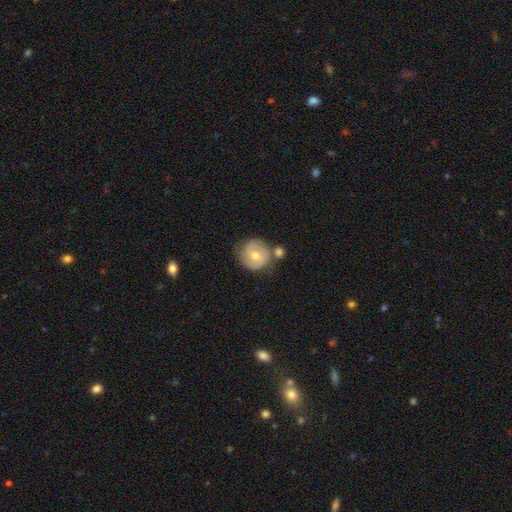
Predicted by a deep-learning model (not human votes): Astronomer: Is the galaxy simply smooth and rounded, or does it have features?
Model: featured or disk — 57% (runner-up: smooth, 36%).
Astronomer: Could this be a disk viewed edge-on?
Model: no — 97%.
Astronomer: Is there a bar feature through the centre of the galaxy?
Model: no — 53% (runner-up: weak, 40%).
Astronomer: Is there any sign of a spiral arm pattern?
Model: yes — 85%.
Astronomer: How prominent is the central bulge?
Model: moderate — 66%.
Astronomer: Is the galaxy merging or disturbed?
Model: none — 58%.